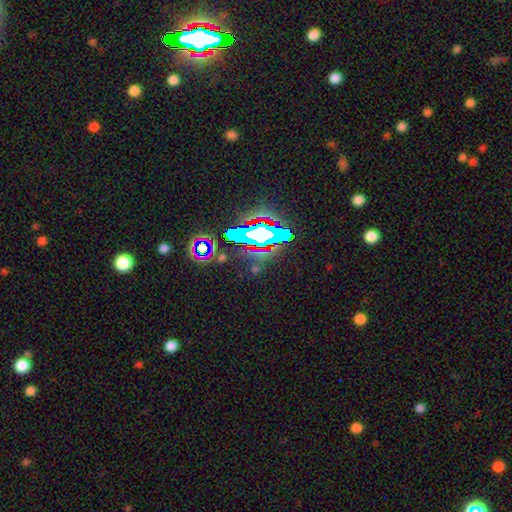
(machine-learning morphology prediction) Smooth or featured?
  - star or artifact: 77% *
  - featured or disk: 12%
  - smooth: 11%